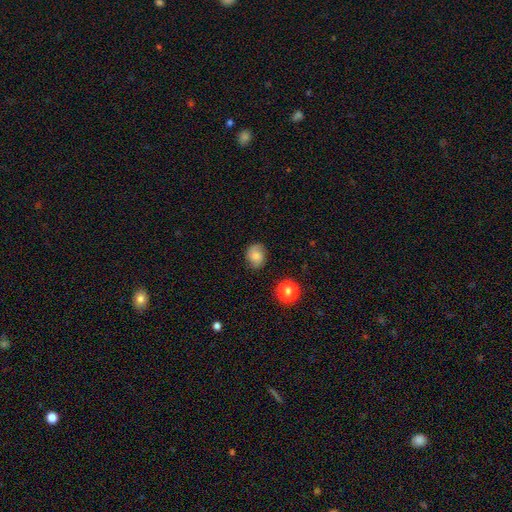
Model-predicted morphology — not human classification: type=smooth (73%); roundness=round (60%); merging=none (78%).